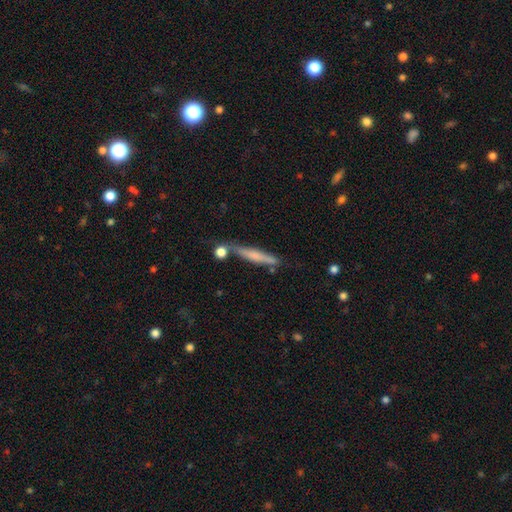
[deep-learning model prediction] Overall: smooth (49%; featured or disk 43%). Merging: none (73%).